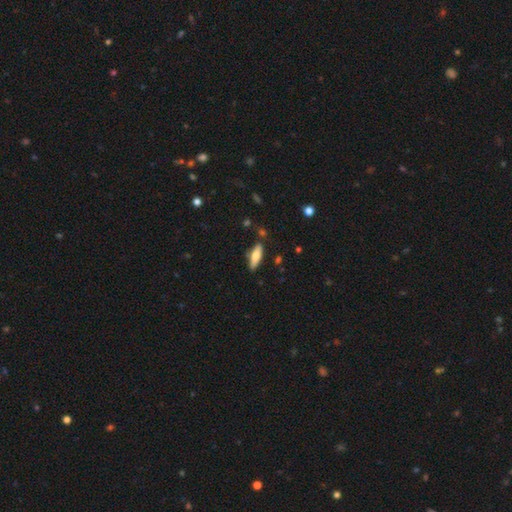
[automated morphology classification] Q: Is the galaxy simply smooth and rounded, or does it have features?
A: smooth — 67%.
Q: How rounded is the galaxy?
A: in between — 54%.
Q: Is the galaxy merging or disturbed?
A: none — 79%.